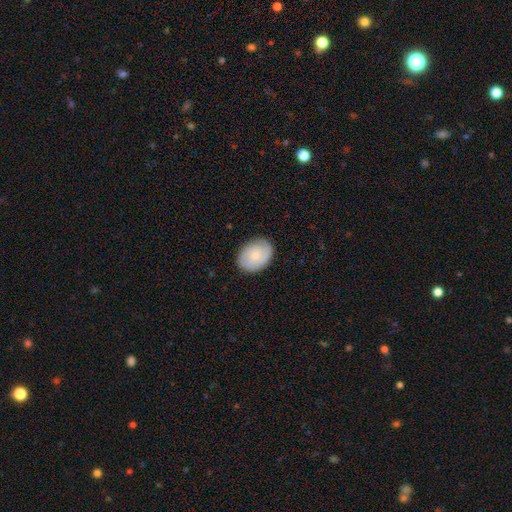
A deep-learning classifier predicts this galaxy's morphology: This appears to be a smooth galaxy with no disk features (62%) that is in between round and cigar-shaped (72%). Merging: none (84%).